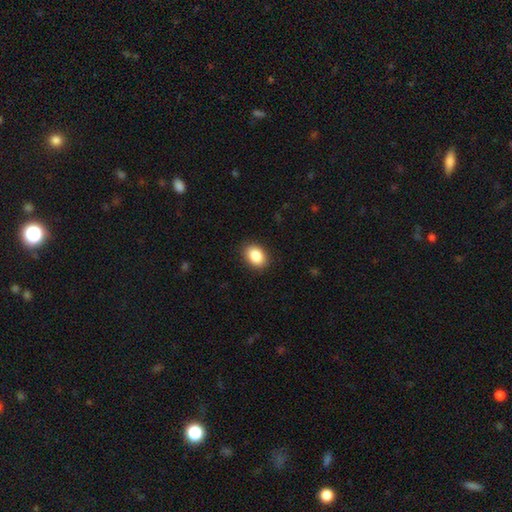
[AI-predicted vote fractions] Smooth or featured: smooth — 88% (star or artifact — 8%)
How rounded: in between — 74% (round — 25%)
Merging: none — 89% (minor disturbance — 8%)